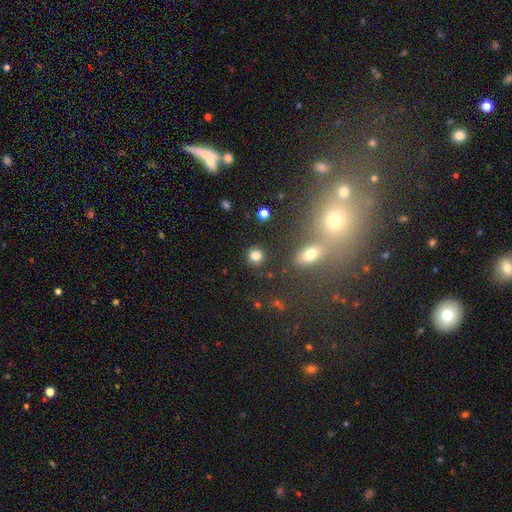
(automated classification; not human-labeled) Q: Smooth or featured?
A: smooth (82%); runner-up: star or artifact (12%)
Q: How rounded?
A: round (89%); runner-up: in between (10%)
Q: Merging?
A: none (88%); runner-up: minor disturbance (6%)